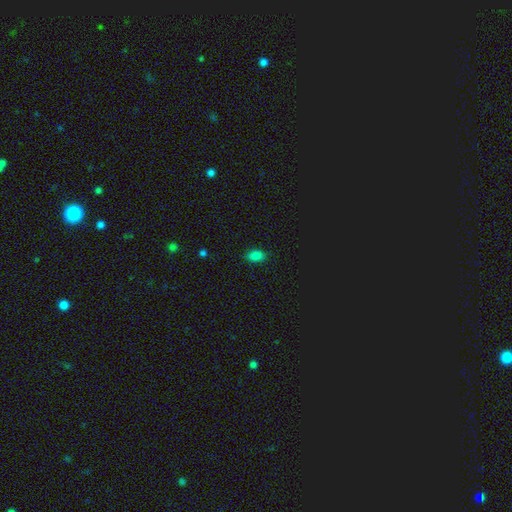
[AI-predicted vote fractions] Overall: smooth (81%). How rounded: in between (87%). Merging: none (85%).